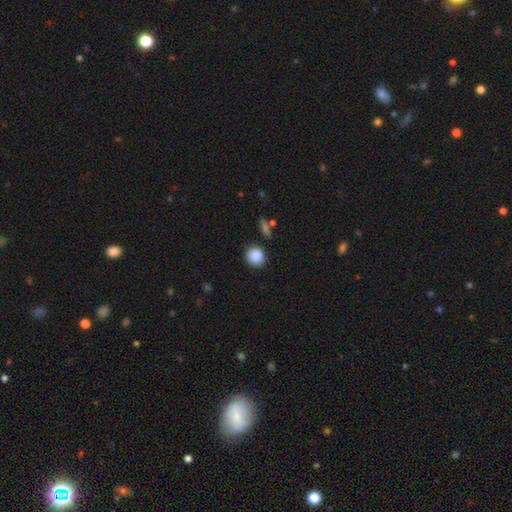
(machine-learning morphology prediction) A smooth galaxy with no disk features (88%) that is round (86%).

Vote fractions:
- Smooth or featured? smooth: 88% / star or artifact: 8% / featured or disk: 3%
- How rounded? round: 86% / in between: 13% / cigar-shaped: 1%
- Merging? none: 85% / minor disturbance: 9% / merger: 3% / major disturbance: 3%